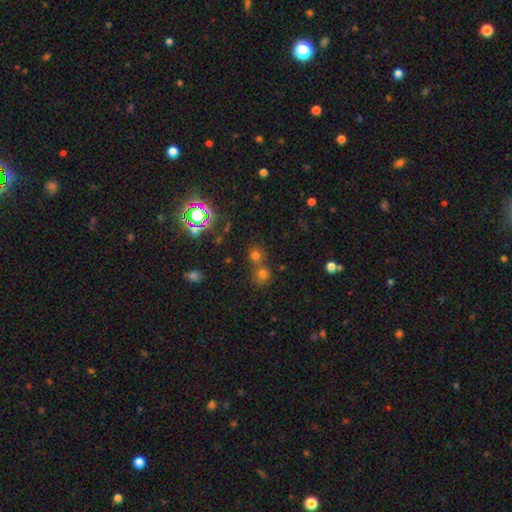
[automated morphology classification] smooth 57%, star or artifact 36%, featured or disk 8%. Down the decision tree: how rounded — round (87%); merging — none (58%).